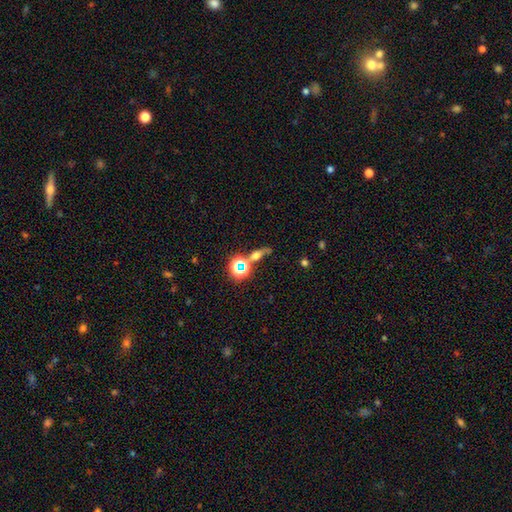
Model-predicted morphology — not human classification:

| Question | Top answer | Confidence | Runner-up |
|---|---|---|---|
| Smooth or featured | smooth | 40% | star or artifact (31%) |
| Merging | none | 50% | merger (22%) |